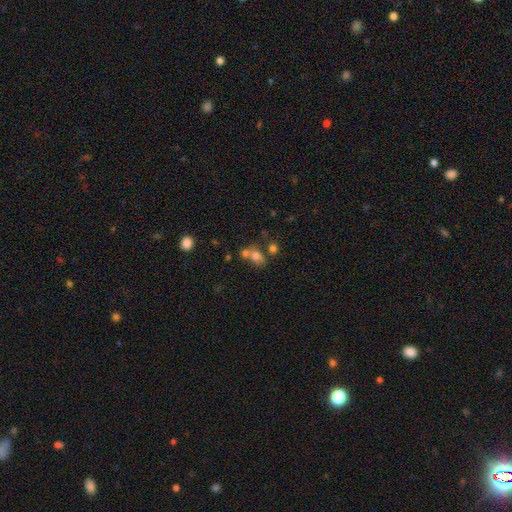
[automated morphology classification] type=smooth (70%); roundness=round (50%); merging=merger (49%).